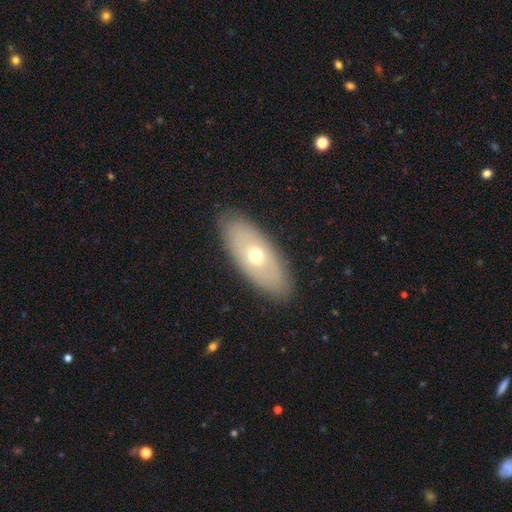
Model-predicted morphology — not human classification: A smooth galaxy with no disk features (54%) that is in between round and cigar-shaped (85%). Merging: none (86%).